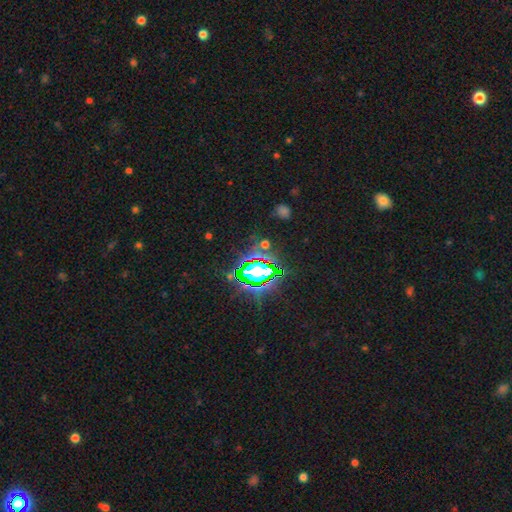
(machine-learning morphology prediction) Smooth or featured: star or artifact — 79% (smooth — 13%)